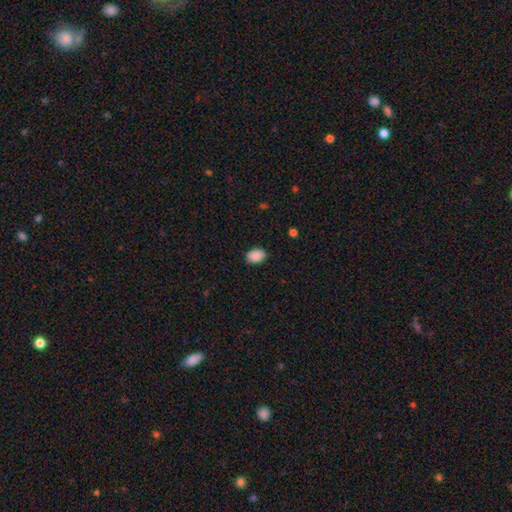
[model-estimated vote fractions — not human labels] smooth 90%, star or artifact 8%, featured or disk 3%. Down the decision tree: how rounded — in between (79%); merging — none (86%).